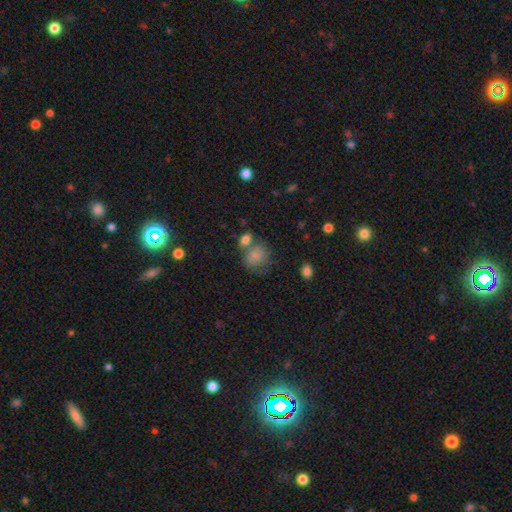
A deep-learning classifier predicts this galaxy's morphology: Smooth or featured? Predicted: smooth (p=0.80). How rounded? Predicted: round (p=0.75). Merging? Predicted: none (p=0.51).